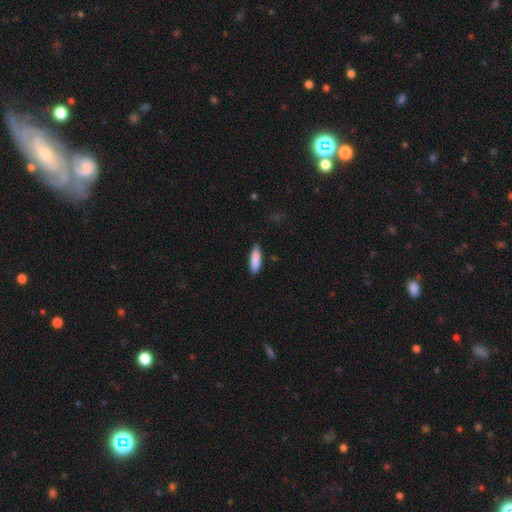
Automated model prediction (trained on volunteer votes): Q: Smooth or featured?
A: smooth (85%); runner-up: featured or disk (9%)
Q: How rounded?
A: cigar-shaped (64%); runner-up: in between (34%)
Q: Merging?
A: none (83%); runner-up: minor disturbance (13%)